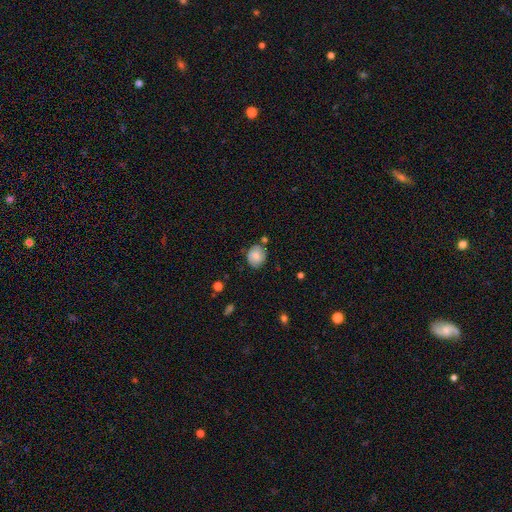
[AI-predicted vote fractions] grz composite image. It shows a smooth galaxy with no disk features (61%) that is round (63%). Merging: none (70%).